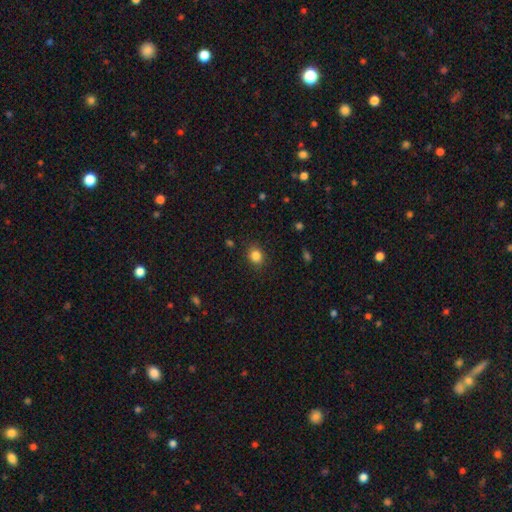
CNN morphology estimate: Q: Smooth or featured?
A: smooth (84%); runner-up: star or artifact (11%)
Q: How rounded?
A: round (65%); runner-up: in between (34%)
Q: Merging?
A: none (87%); runner-up: minor disturbance (9%)